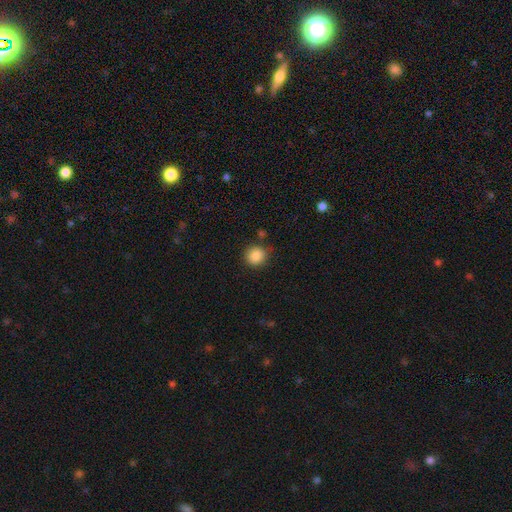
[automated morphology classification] smooth 88%, star or artifact 9%, featured or disk 3%. Down the decision tree: how rounded — round (88%); merging — none (81%).